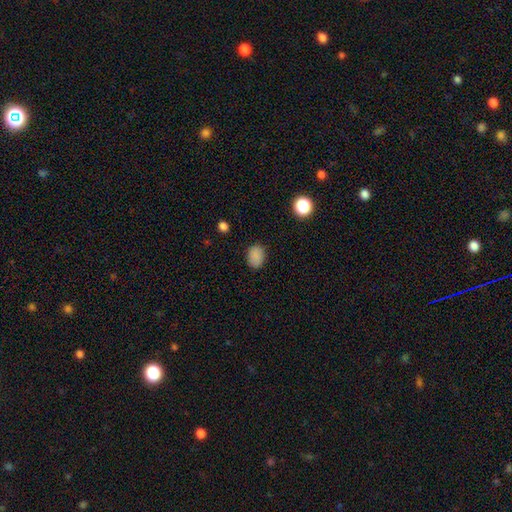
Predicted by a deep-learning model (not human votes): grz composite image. It shows a smooth galaxy with no disk features (86%) that is in between round and cigar-shaped (65%). Merging: none (84%).